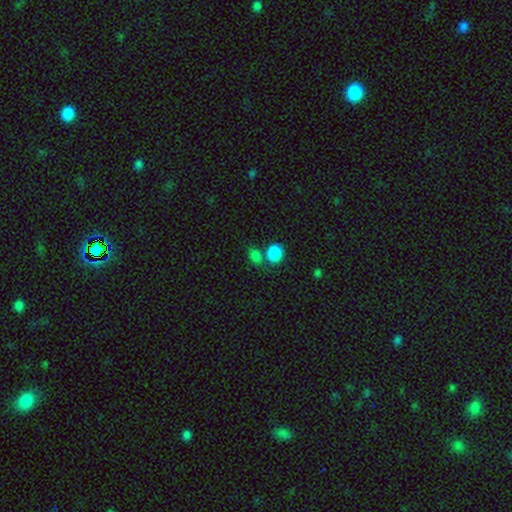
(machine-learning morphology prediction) Overall: smooth (83%). How rounded: in between (52%; round 46%). Merging: none (53%; merger 32%).